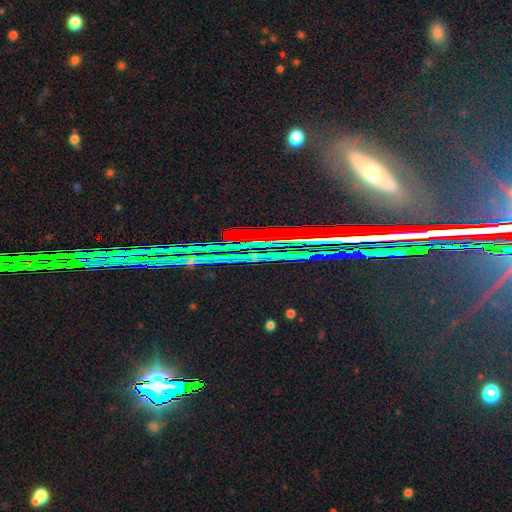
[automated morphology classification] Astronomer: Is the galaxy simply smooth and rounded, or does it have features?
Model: star or artifact — 71%.